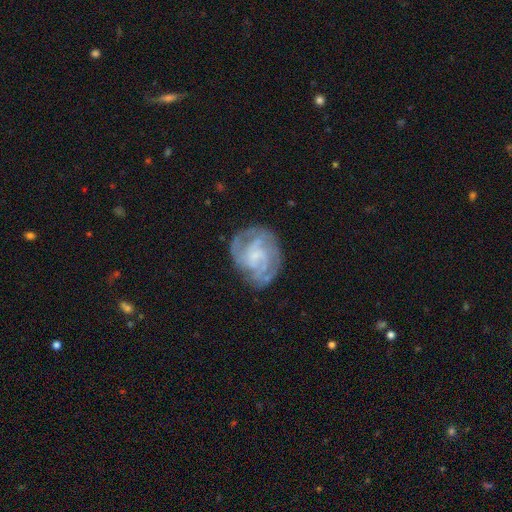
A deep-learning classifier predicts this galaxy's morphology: Smooth or featured? featured or disk (82%)
Edge-on disk? no (98%)
Bar? no (53%)
Spiral arms? yes (93%)
Spiral winding? tight (50%)
Spiral arm count? 3 (30%)
Bulge size? small (50%)
Merging? none (70%)